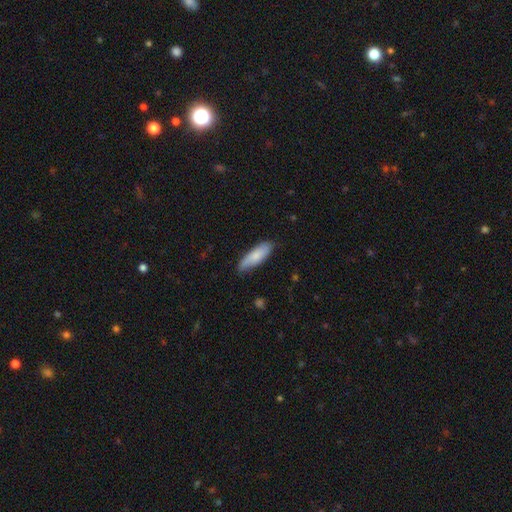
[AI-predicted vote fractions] Morphology: type=smooth (81%); roundness=in between (51%); merging=none (77%).